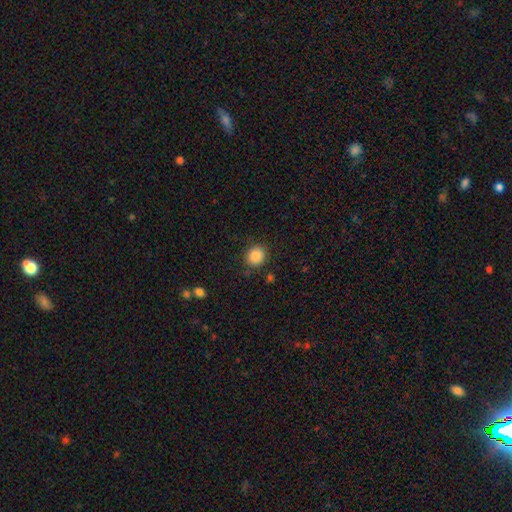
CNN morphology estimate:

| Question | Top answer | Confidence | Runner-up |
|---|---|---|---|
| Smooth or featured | smooth | 87% | star or artifact (9%) |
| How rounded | round | 80% | in between (20%) |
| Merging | none | 86% | minor disturbance (9%) |